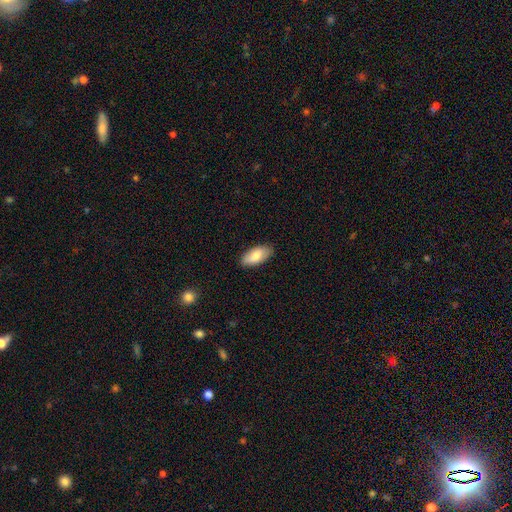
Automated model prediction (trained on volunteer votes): This is clearly a smooth galaxy (81%). How rounded: clearly in between (91%). Merging: clearly none (88%).